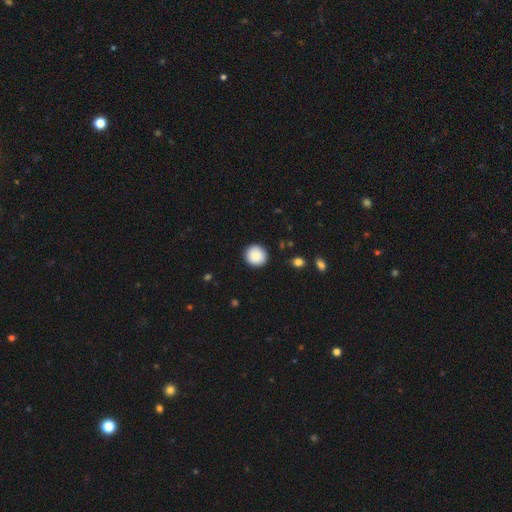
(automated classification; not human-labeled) smooth_or_featured: smooth (p=0.87) [alt: star or artifact p=0.07]
how_rounded: round (p=0.94) [alt: in between p=0.05]
merging: none (p=0.92) [alt: minor disturbance p=0.06]